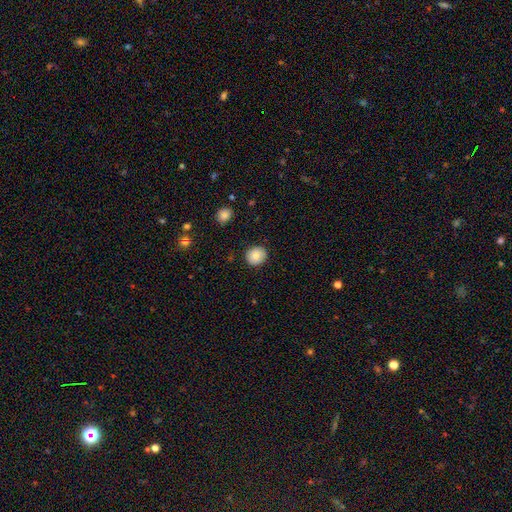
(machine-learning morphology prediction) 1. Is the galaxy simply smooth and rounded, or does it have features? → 84% smooth, 8% star or artifact, 8% featured or disk.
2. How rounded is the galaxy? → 84% round, 15% in between, 1% cigar-shaped.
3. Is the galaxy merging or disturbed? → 90% none, 7% minor disturbance, 2% major disturbance, 1% merger.